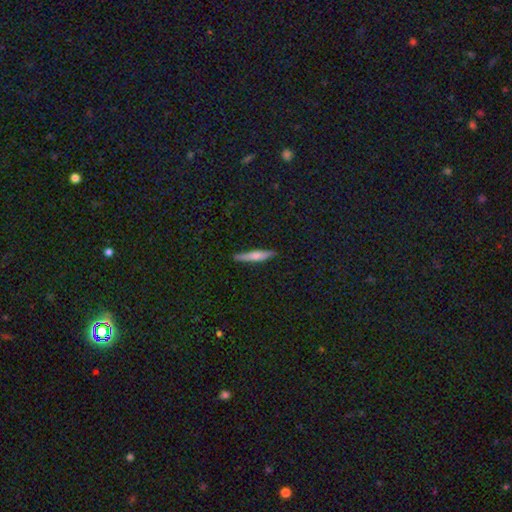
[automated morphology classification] This appears to be a smooth galaxy with no disk features (57%) that is cigar-shaped (89%). Merging: none (87%).